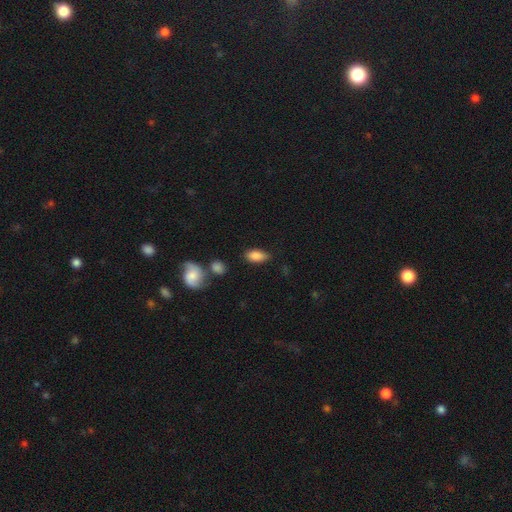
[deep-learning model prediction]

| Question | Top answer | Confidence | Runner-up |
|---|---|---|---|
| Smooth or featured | smooth | 84% | featured or disk (8%) |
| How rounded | in between | 90% | cigar-shaped (6%) |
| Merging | none | 72% | minor disturbance (20%) |